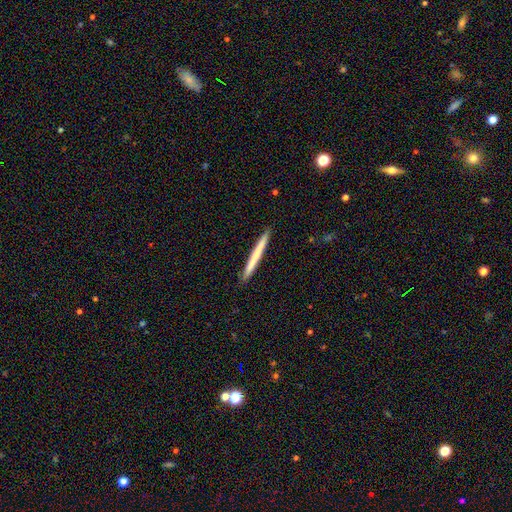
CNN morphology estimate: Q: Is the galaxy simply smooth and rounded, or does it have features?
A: smooth — 62%.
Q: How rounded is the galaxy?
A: cigar-shaped — 97%.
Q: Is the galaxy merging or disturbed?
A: none — 92%.